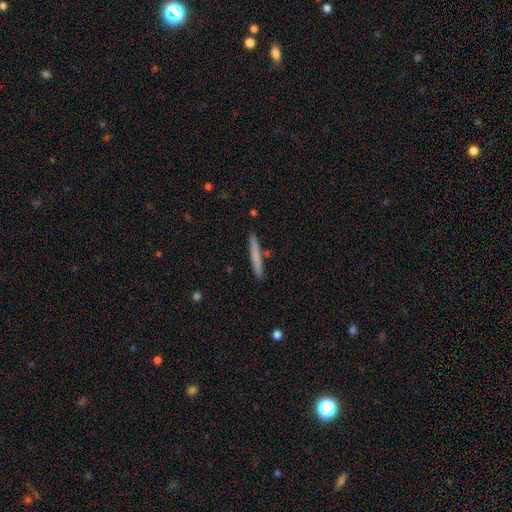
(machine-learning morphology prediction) The model was most divided on "smooth or featured": smooth: 72%, featured or disk: 22%, star or artifact: 6%. More confident: how rounded — cigar-shaped (96%); merging — none (89%).